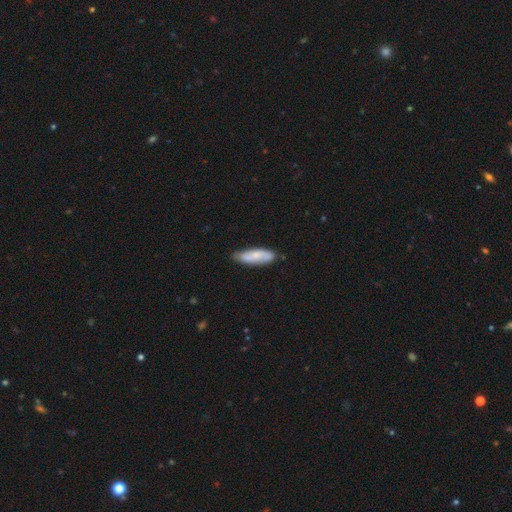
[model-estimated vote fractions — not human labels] smooth-or-featured: smooth: 62% | featured or disk: 32% | star or artifact: 6%
  how-rounded: in between: 50% | cigar-shaped: 48% | round: 2%
  merging: none: 76% | minor disturbance: 19% | major disturbance: 3% | merger: 2%